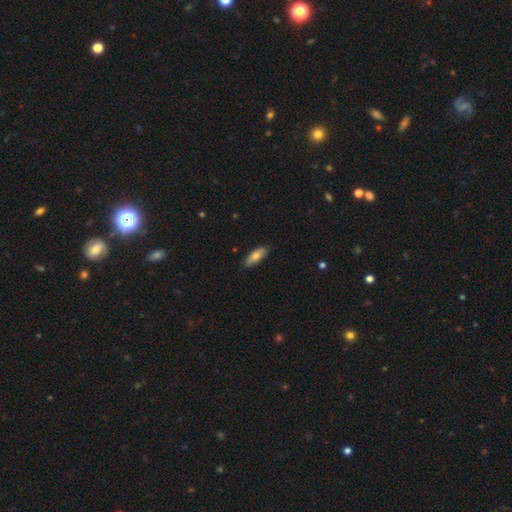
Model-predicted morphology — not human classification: A smooth galaxy with no disk features (73%) that is in between round and cigar-shaped (71%). Merging: none (83%).